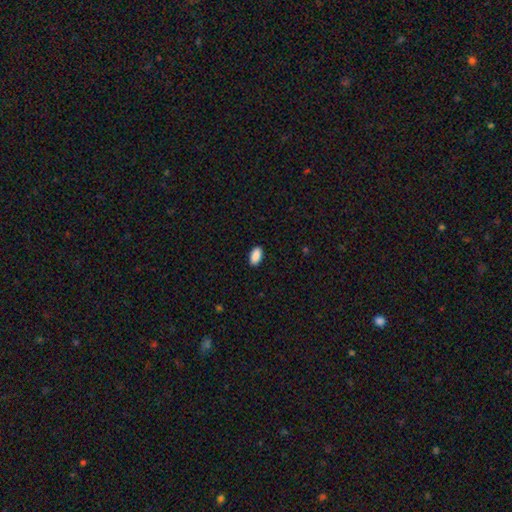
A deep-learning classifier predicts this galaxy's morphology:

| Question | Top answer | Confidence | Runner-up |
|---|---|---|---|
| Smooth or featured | smooth | 90% | star or artifact (7%) |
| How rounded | in between | 94% | cigar-shaped (3%) |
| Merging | none | 90% | minor disturbance (8%) |